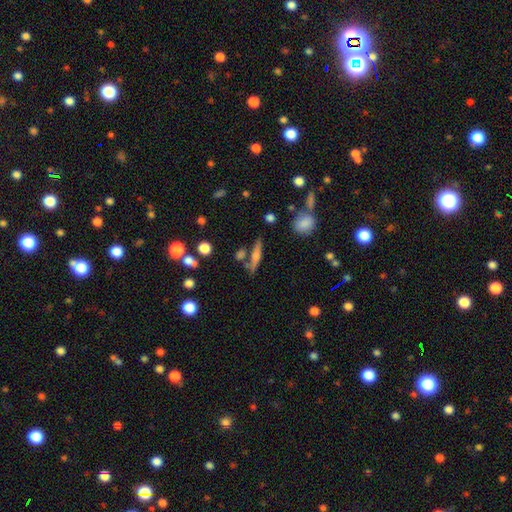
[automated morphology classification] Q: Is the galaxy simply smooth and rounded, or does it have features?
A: smooth — 52%.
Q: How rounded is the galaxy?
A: cigar-shaped — 77%.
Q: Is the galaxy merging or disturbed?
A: none — 68%.